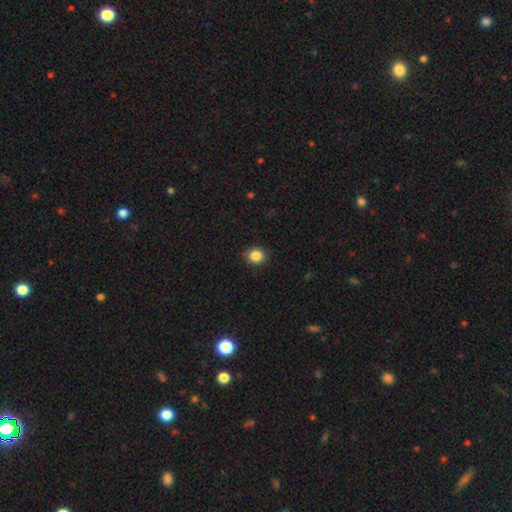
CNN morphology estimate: Smooth or featured: smooth — 86% (star or artifact — 10%)
How rounded: round — 74% (in between — 25%)
Merging: none — 89% (minor disturbance — 8%)